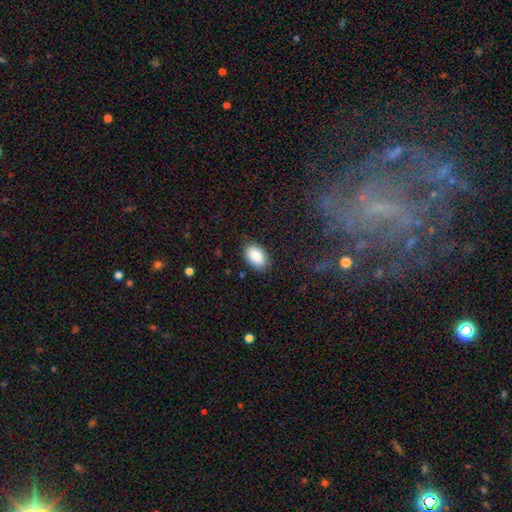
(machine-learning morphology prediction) Smooth or featured? Predicted: smooth (p=0.89). How rounded? Predicted: in between (p=0.92). Merging? Predicted: none (p=0.87).